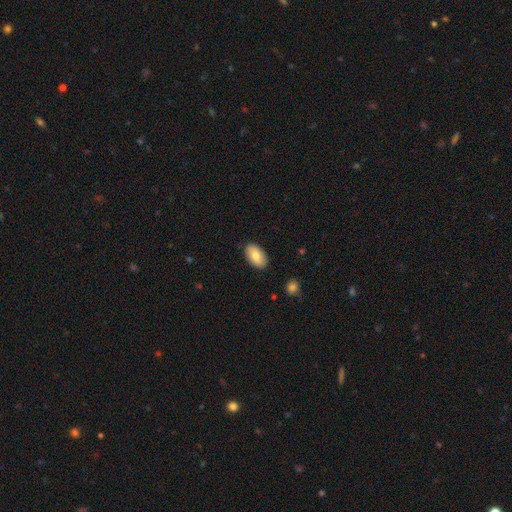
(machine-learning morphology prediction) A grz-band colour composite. It shows a smooth galaxy with no disk features (75%) that is in between round and cigar-shaped (94%). Merging: none (86%).